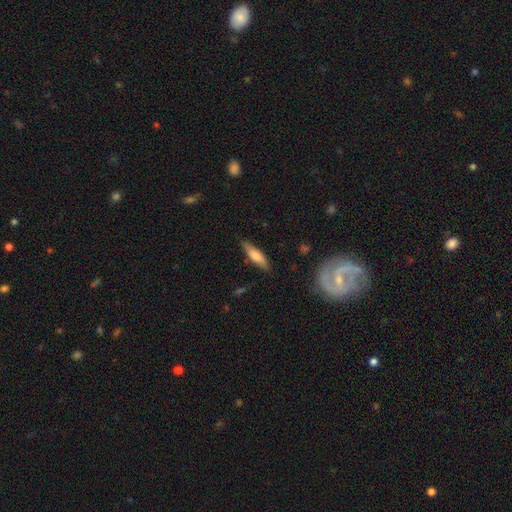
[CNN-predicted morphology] Smooth or featured? Predicted: smooth (p=0.70). How rounded? Predicted: cigar-shaped (p=0.66). Merging? Predicted: none (p=0.82).